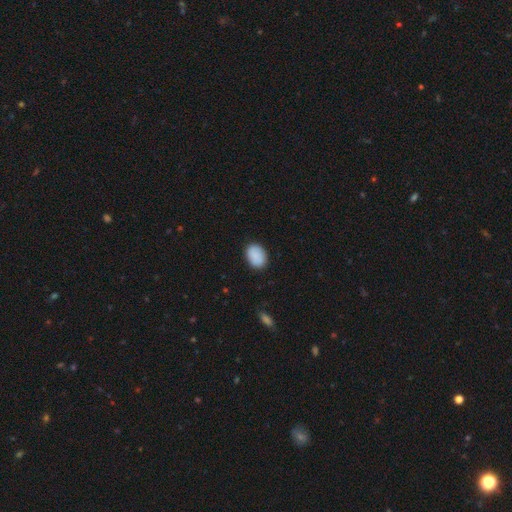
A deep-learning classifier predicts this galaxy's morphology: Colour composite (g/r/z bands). It shows a smooth galaxy with no disk features (88%) that is in between round and cigar-shaped (74%). Merging: none (85%).